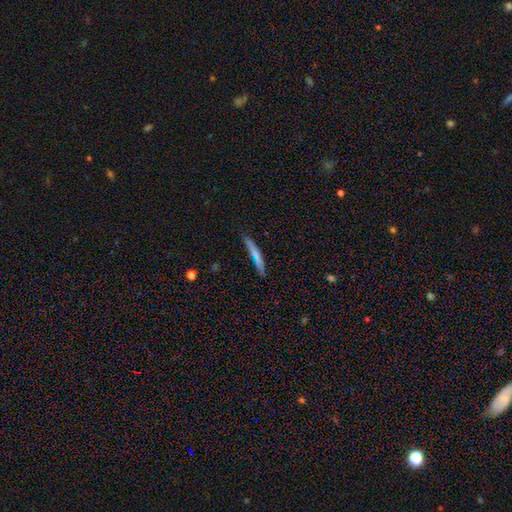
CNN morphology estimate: Smooth or featured? Predicted: smooth (p=0.68). How rounded? Predicted: cigar-shaped (p=0.93). Merging? Predicted: none (p=0.77).